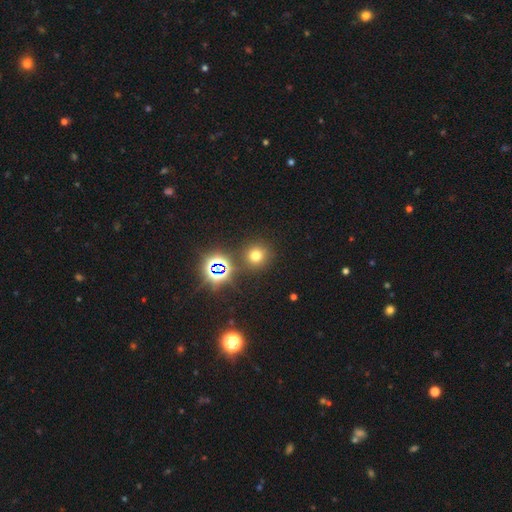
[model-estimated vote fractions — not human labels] smooth_or_featured: smooth (p=0.64) [alt: star or artifact p=0.28]
how_rounded: round (p=0.91) [alt: in between p=0.08]
merging: none (p=0.84) [alt: minor disturbance p=0.07]